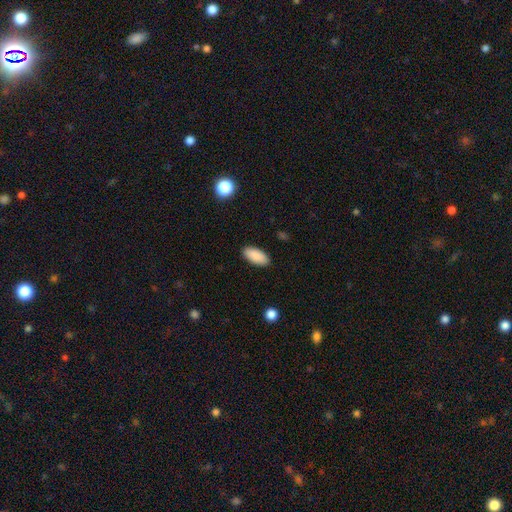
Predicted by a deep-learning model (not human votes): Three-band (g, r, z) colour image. It shows a smooth galaxy with no disk features (90%) that is in between round and cigar-shaped (91%). Merging: none (89%).